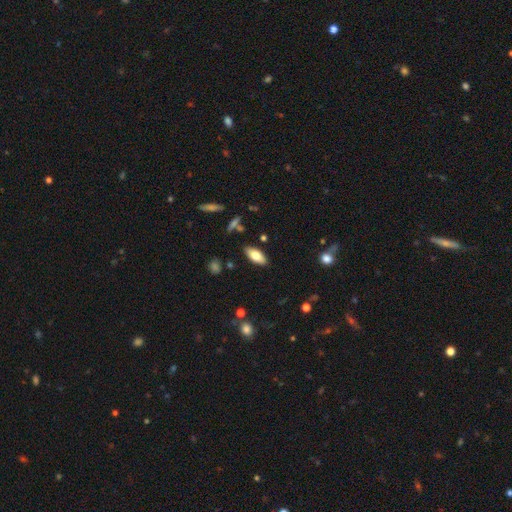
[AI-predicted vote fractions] Smooth or featured?
  - smooth: 77% *
  - featured or disk: 16%
  - star or artifact: 7%
How rounded?
  - in between: 87% *
  - cigar-shaped: 11%
  - round: 2%
Merging?
  - none: 86% *
  - minor disturbance: 10%
  - major disturbance: 2%
  - merger: 2%